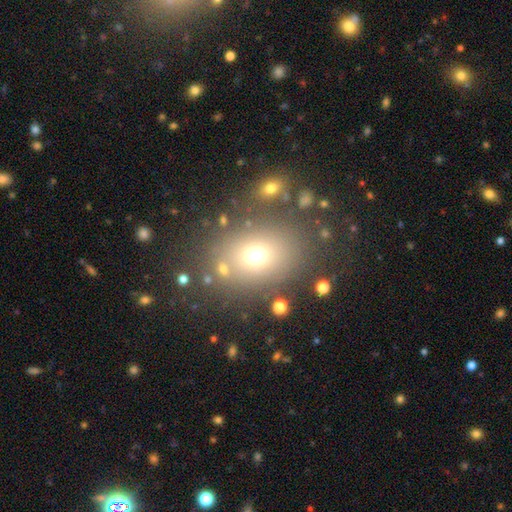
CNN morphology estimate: Smooth or featured?
  - smooth: 68% *
  - star or artifact: 18%
  - featured or disk: 13%
How rounded?
  - in between: 55% *
  - round: 44%
  - cigar-shaped: 1%
Merging?
  - none: 77% *
  - minor disturbance: 11%
  - merger: 7%
  - major disturbance: 6%